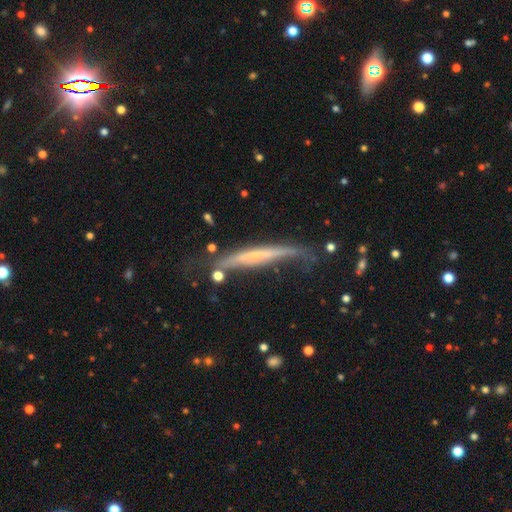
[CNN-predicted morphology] A featured or disk galaxy (58%) viewed edge-on (87%) with no central bulge (63%).

Vote fractions:
- Smooth or featured? featured or disk: 58% / smooth: 34% / star or artifact: 7%
- Edge-on disk? yes: 87% / no: 13%
- Edge-on bulge? none: 63% / rounded: 27% / boxy: 10%
- Merging? none: 46% / minor disturbance: 29% / major disturbance: 18% / merger: 7%